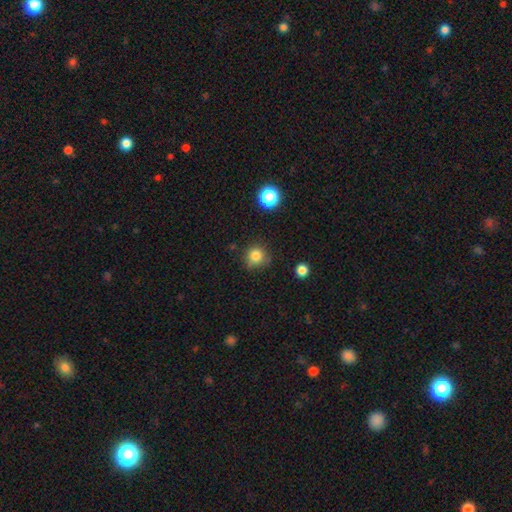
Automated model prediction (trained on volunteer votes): Smooth or featured? Predicted: smooth (p=0.83). How rounded? Predicted: round (p=0.91). Merging? Predicted: none (p=0.75).